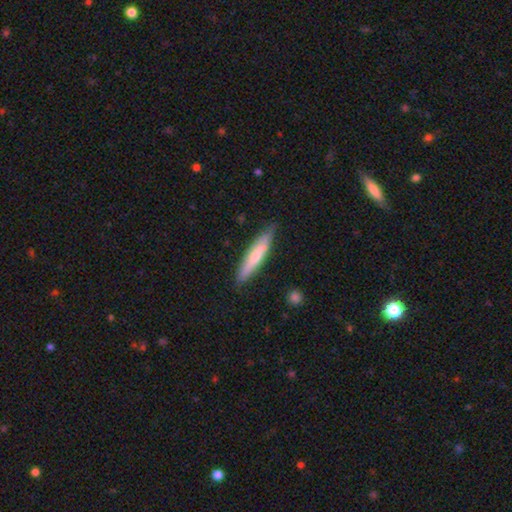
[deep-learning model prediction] Q: Smooth or featured?
A: smooth (60%); runner-up: featured or disk (35%)
Q: How rounded?
A: cigar-shaped (88%); runner-up: in between (11%)
Q: Merging?
A: none (82%); runner-up: minor disturbance (14%)